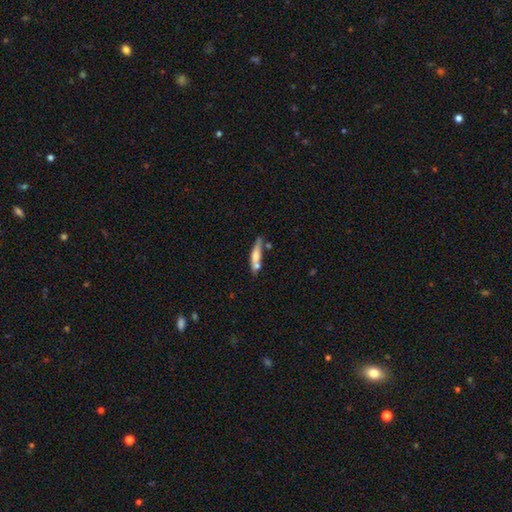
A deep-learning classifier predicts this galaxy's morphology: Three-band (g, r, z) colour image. It shows a smooth galaxy with no disk features (58%) that is cigar-shaped (80%). Merging: none (53%).